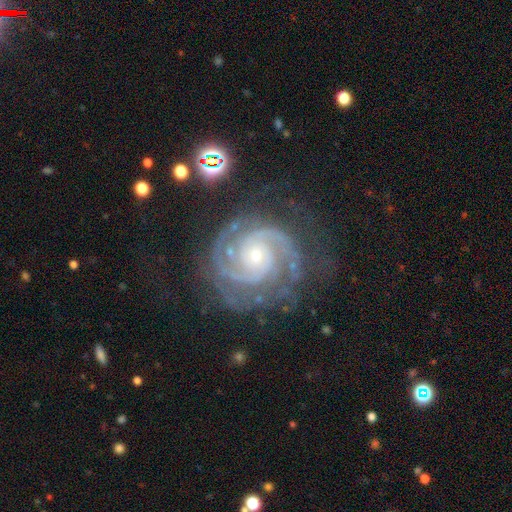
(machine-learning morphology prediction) A featured or disk galaxy (92%) with no bar (73%), 2 (68%) tight (74%) spiral arms (99%) and a small central bulge (72%). Merging: none (74%).